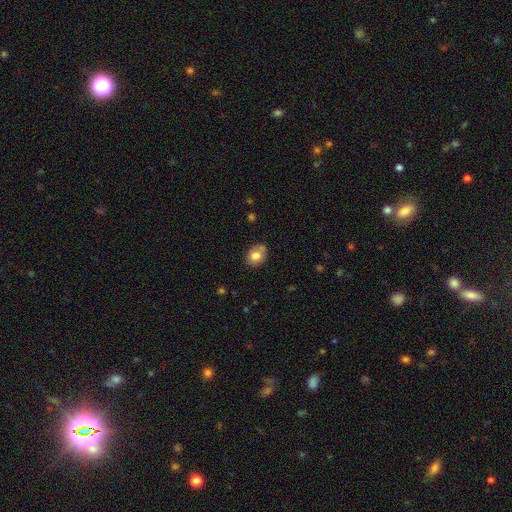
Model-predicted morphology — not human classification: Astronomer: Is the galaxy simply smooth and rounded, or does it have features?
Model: smooth — 79%.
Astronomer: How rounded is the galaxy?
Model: in between — 51% (runner-up: round, 48%).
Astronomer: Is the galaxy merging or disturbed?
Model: none — 69%.